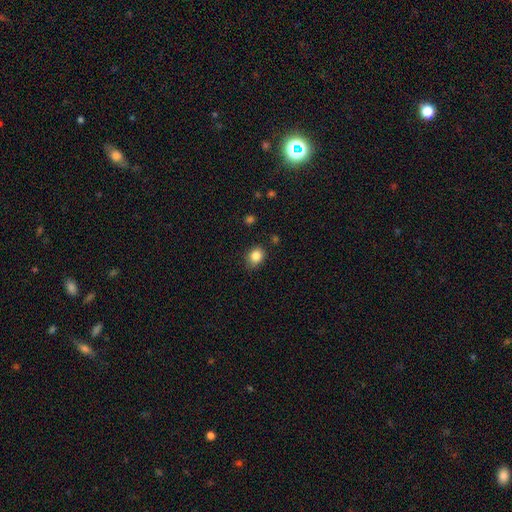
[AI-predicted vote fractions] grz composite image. It shows a smooth galaxy with no disk features (85%) that is round (57%). Merging: none (79%).